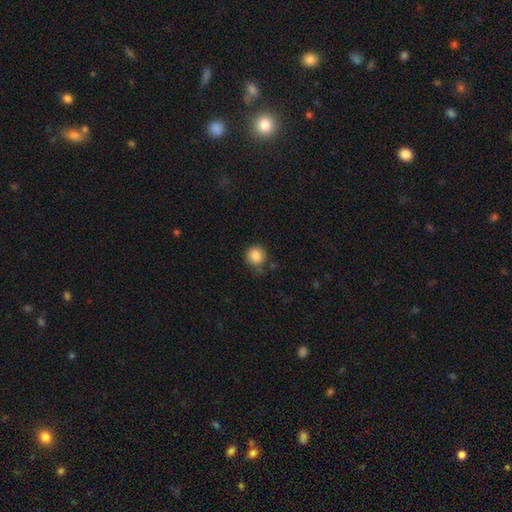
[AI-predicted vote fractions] smooth 87%, star or artifact 9%, featured or disk 4%. Down the decision tree: how rounded — round (91%); merging — none (74%).